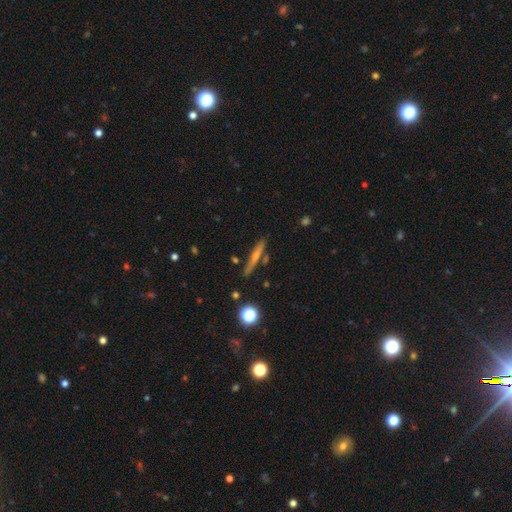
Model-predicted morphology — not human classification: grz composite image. It shows a featured or disk galaxy (61%) viewed edge-on (96%) with a rounded central bulge (71%). Merging: none (83%).